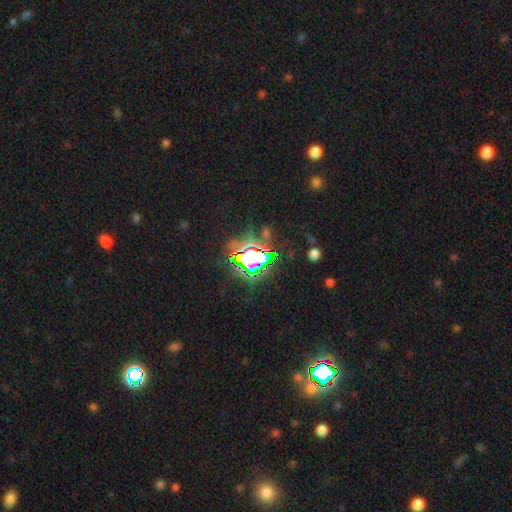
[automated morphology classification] This is likely a star or artifact rather than a galaxy (73%).